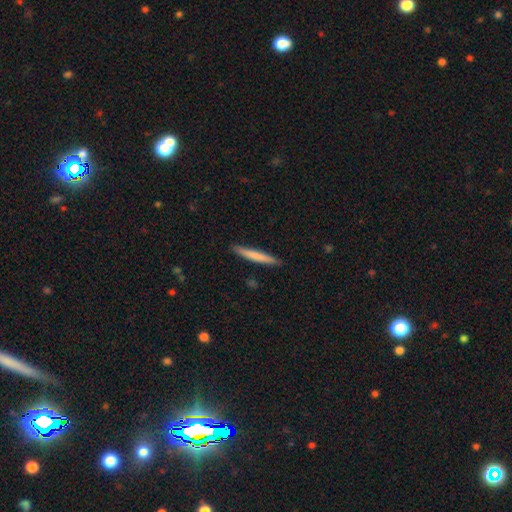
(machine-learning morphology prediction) Q: Smooth or featured?
A: smooth (70%); runner-up: featured or disk (25%)
Q: How rounded?
A: cigar-shaped (96%); runner-up: in between (3%)
Q: Merging?
A: none (90%); runner-up: minor disturbance (7%)